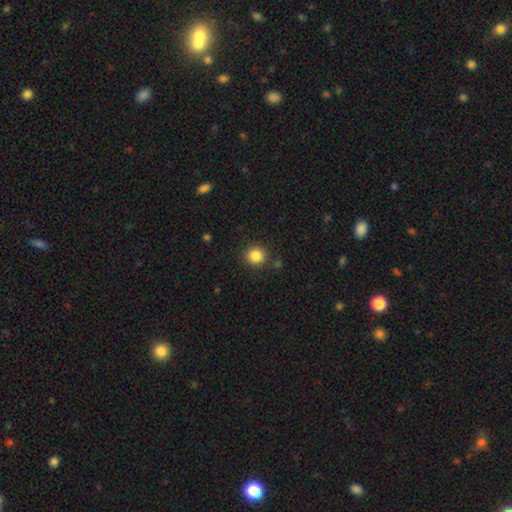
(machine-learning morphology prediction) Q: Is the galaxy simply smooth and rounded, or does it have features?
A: smooth — 85%.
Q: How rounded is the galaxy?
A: round — 89%.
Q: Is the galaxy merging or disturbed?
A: none — 88%.